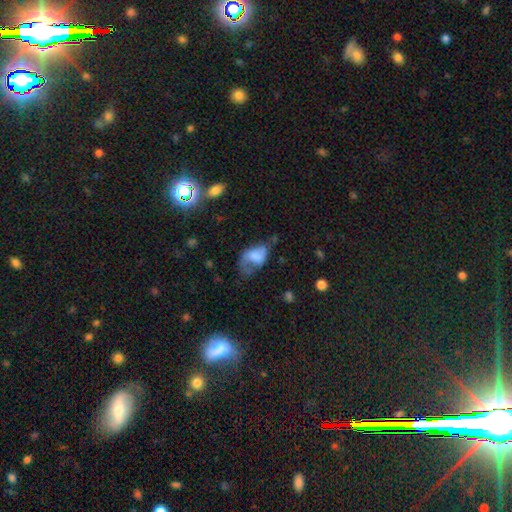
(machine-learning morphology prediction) smooth 58%, featured or disk 32%, star or artifact 10%. Down the decision tree: how rounded — in between (87%); merging — major disturbance (42%).